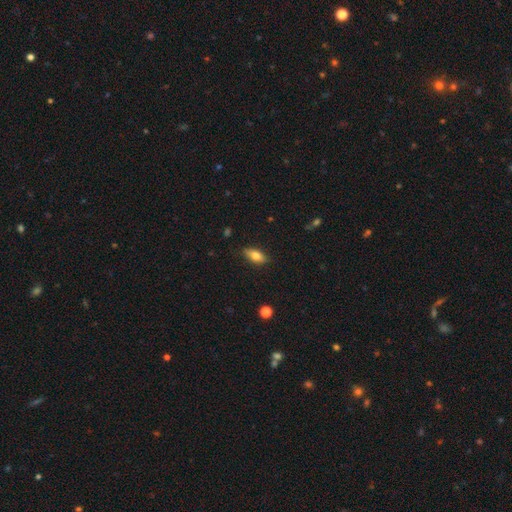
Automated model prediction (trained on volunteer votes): Q: Smooth or featured?
A: smooth (75%); runner-up: featured or disk (17%)
Q: How rounded?
A: in between (83%); runner-up: cigar-shaped (12%)
Q: Merging?
A: none (84%); runner-up: minor disturbance (13%)